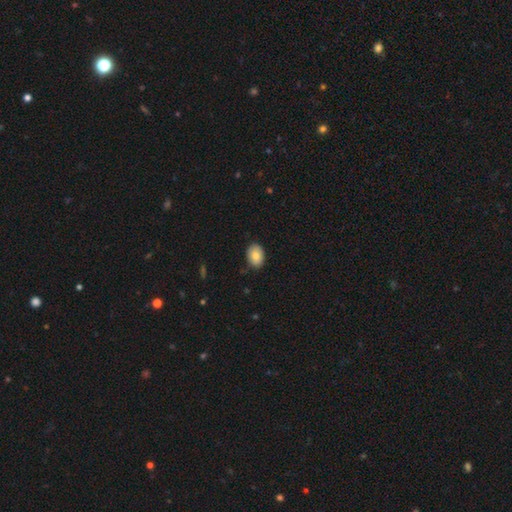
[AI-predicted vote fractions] A smooth galaxy with no disk features (82%) that is in between round and cigar-shaped (79%). Merging: none (84%).